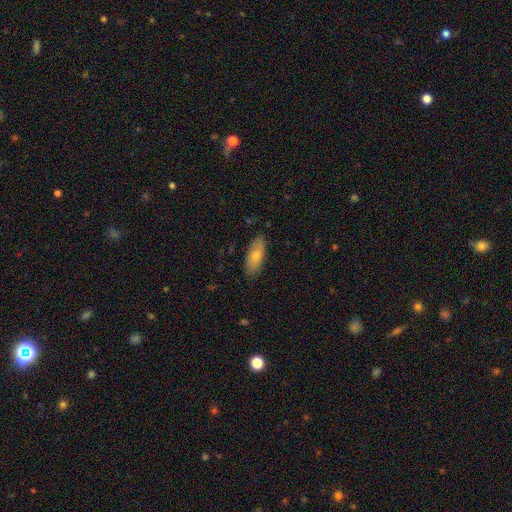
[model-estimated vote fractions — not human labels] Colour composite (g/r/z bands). It shows a smooth galaxy with no disk features (69%) that is in between round and cigar-shaped (71%). Merging: none (86%).